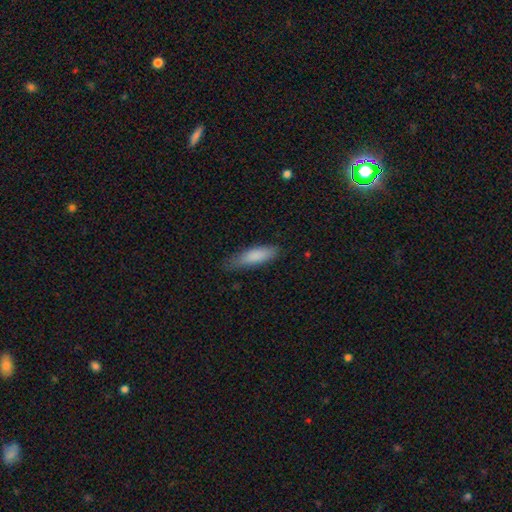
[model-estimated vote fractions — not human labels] A smooth galaxy with no disk features (84%) that is cigar-shaped (58%).

Vote fractions:
- Smooth or featured? smooth: 84% / featured or disk: 11% / star or artifact: 6%
- How rounded? cigar-shaped: 58% / in between: 40% / round: 2%
- Merging? none: 73% / minor disturbance: 21% / major disturbance: 4% / merger: 1%